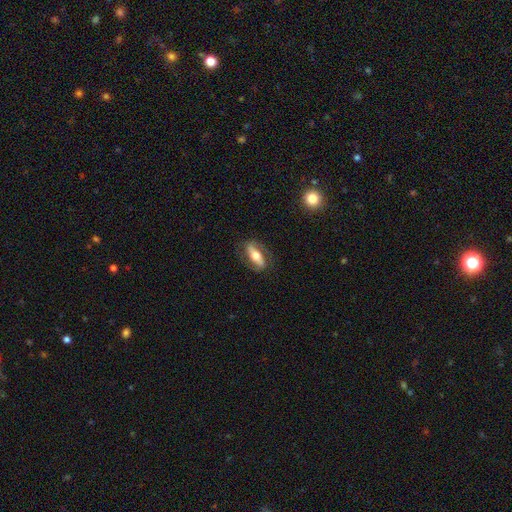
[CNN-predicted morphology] The model was most divided on "smooth or featured": featured or disk: 61%, smooth: 32%, star or artifact: 6%. More confident: merging — none (77%); edge-on disk — no (68%).